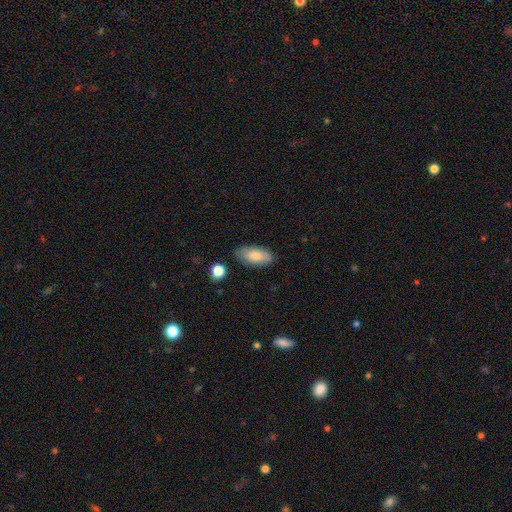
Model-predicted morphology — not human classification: Smooth or featured: smooth — 75% (featured or disk — 18%)
How rounded: in between — 91% (cigar-shaped — 7%)
Merging: none — 77% (minor disturbance — 17%)